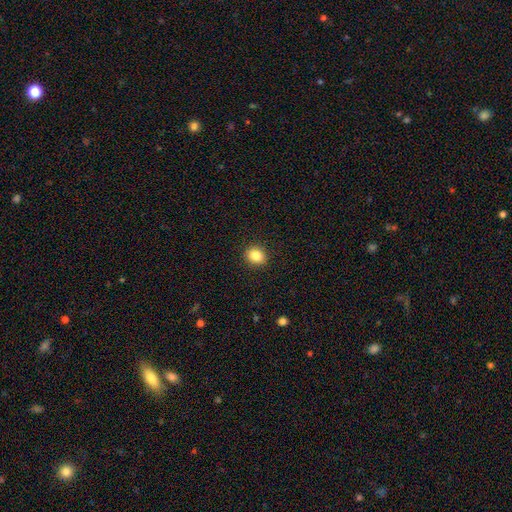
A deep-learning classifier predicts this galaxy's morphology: A smooth galaxy with no disk features (85%) that is round (67%).

Vote fractions:
- Smooth or featured? smooth: 85% / star or artifact: 10% / featured or disk: 5%
- How rounded? round: 67% / in between: 32% / cigar-shaped: 1%
- Merging? none: 91% / minor disturbance: 6% / major disturbance: 2% / merger: 1%